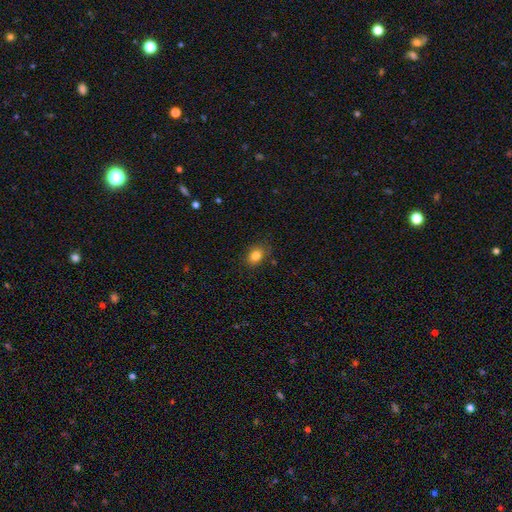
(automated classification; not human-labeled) This appears to be a smooth galaxy with no disk features (83%) that is in between round and cigar-shaped (69%). Merging: none (82%).